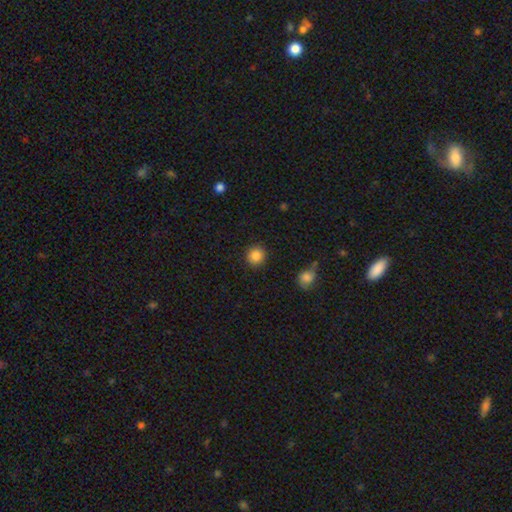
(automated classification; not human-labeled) smooth_or_featured: smooth (p=0.87) [alt: star or artifact p=0.09]
how_rounded: round (p=0.90) [alt: in between p=0.09]
merging: none (p=0.91) [alt: minor disturbance p=0.06]